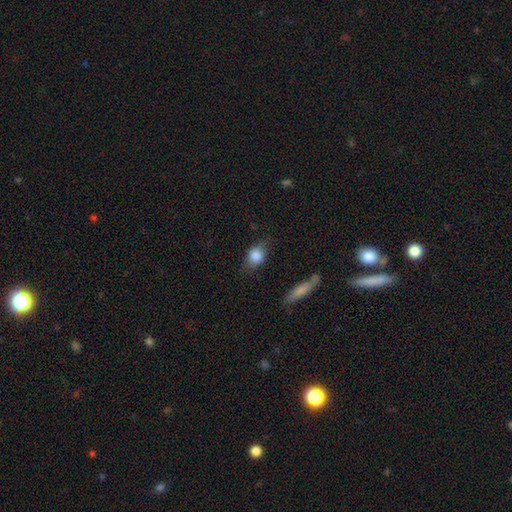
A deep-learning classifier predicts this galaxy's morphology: A smooth galaxy with no disk features (83%) that is in between round and cigar-shaped (60%). Merging: none (70%).